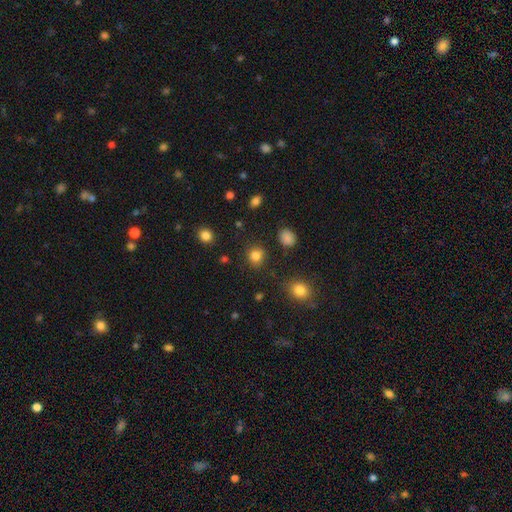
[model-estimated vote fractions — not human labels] The model was most divided on "how rounded": round: 83%, in between: 16%, cigar-shaped: 1%. More confident: merging — none (86%); smooth or featured — smooth (83%).